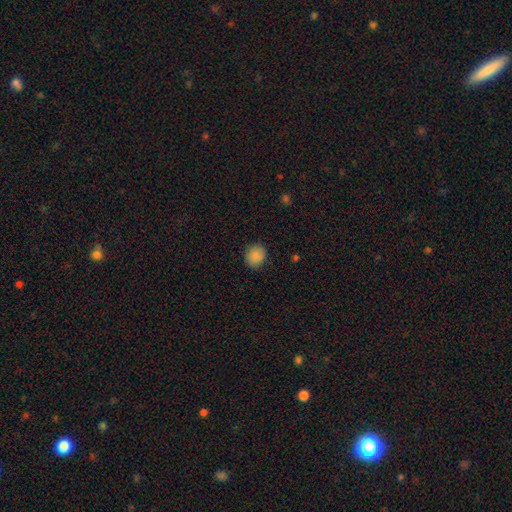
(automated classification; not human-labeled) Smooth or featured?
  - smooth: 87% *
  - star or artifact: 9%
  - featured or disk: 4%
How rounded?
  - round: 69% *
  - in between: 30%
  - cigar-shaped: 1%
Merging?
  - none: 85% *
  - minor disturbance: 12%
  - major disturbance: 3%
  - merger: 1%